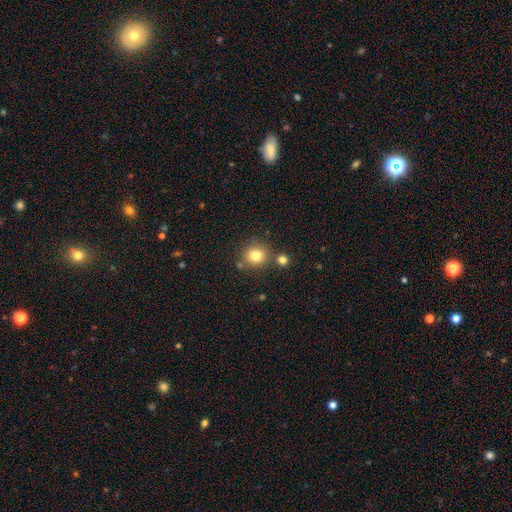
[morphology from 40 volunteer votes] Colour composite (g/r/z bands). It shows a smooth galaxy with no disk features (78%) that is round (87%). Merging: none (65%).